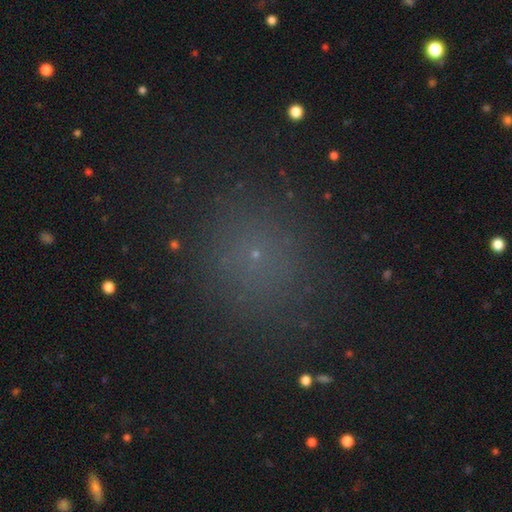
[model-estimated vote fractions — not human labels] Morphology: type=smooth (59%); roundness=round (90%); merging=none (87%).